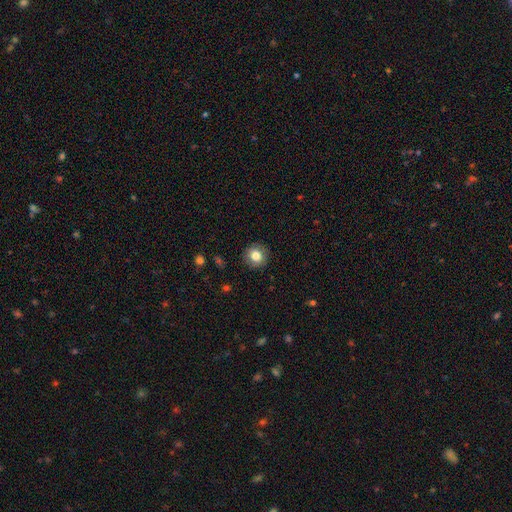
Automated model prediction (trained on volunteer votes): Smooth or featured: smooth — 81% (featured or disk — 10%)
How rounded: round — 92% (in between — 7%)
Merging: none — 90% (minor disturbance — 7%)